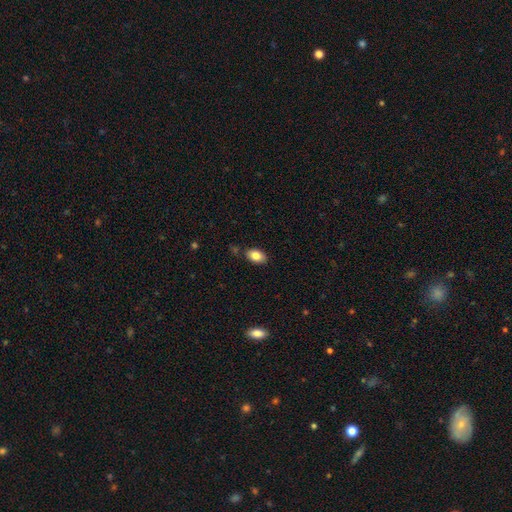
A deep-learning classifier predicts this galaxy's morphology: Smooth or featured? Predicted: smooth (p=0.84). How rounded? Predicted: in between (p=0.89). Merging? Predicted: none (p=0.81).